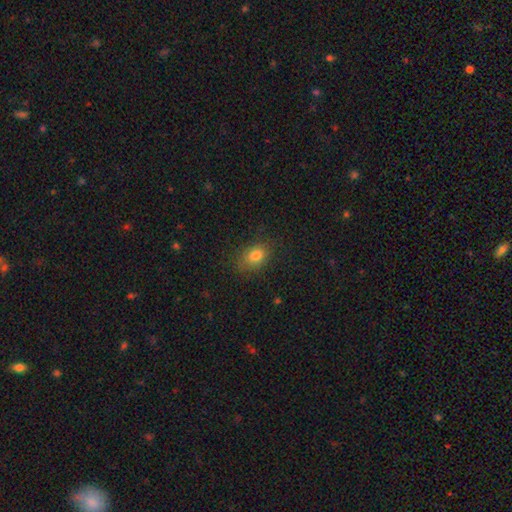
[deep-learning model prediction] Morphology: type=smooth (81%); roundness=in between (75%); merging=none (81%).